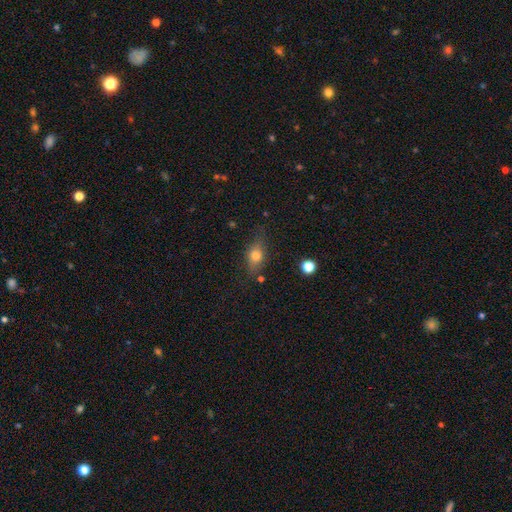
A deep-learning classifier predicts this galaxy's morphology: Smooth or featured: smooth — 72% (featured or disk — 18%)
How rounded: in between — 71% (round — 20%)
Merging: none — 72% (minor disturbance — 19%)